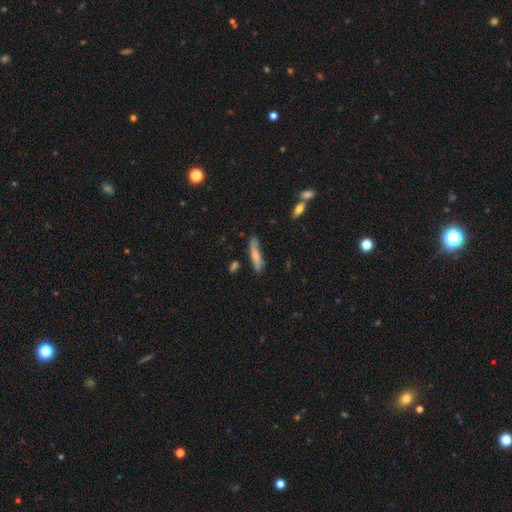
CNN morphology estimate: type=smooth (67%); roundness=cigar-shaped (81%); merging=none (73%).